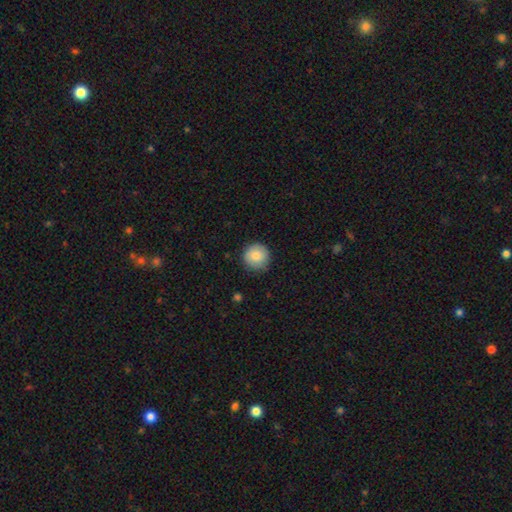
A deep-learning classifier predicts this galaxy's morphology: smooth 84%, featured or disk 8%, star or artifact 8%. Down the decision tree: how rounded — round (95%); merging — none (88%).